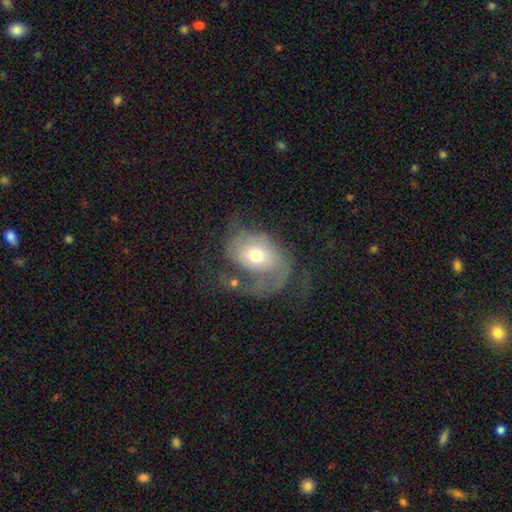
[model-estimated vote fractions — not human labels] Smooth or featured? Predicted: featured or disk (p=0.56). Edge-on disk? Predicted: no (p=0.96). Bar? Predicted: no (p=0.75). Spiral arms? Predicted: yes (p=0.67). Bulge size? Predicted: moderate (p=0.67). Merging? Predicted: major disturbance (p=0.55).